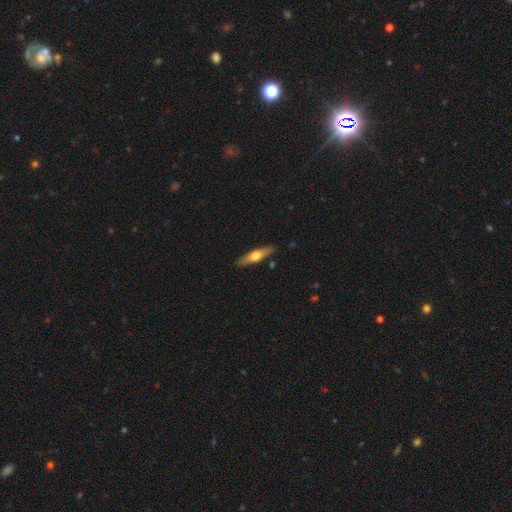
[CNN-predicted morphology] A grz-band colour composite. It shows a smooth galaxy with no disk features (48%). Merging: none (88%).